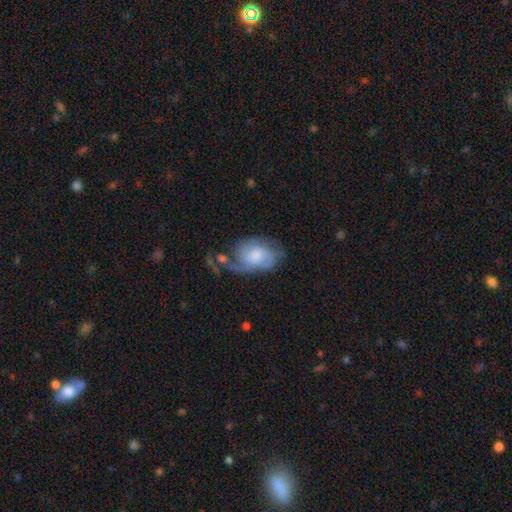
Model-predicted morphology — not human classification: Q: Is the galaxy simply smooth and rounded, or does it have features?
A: featured or disk — 65%.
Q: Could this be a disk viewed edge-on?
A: no — 97%.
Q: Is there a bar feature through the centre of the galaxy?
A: no — 58%.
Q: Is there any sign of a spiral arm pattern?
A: yes — 86%.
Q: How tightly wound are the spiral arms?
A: medium — 42%.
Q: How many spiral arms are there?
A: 2 — 46%.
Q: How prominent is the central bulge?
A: moderate — 42%.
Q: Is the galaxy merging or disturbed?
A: none — 39%.